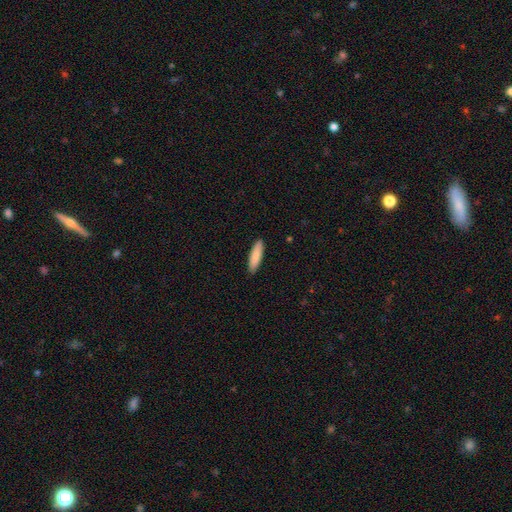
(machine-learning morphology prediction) smooth 87%, featured or disk 7%, star or artifact 6%. Down the decision tree: how rounded — cigar-shaped (68%); merging — none (90%).